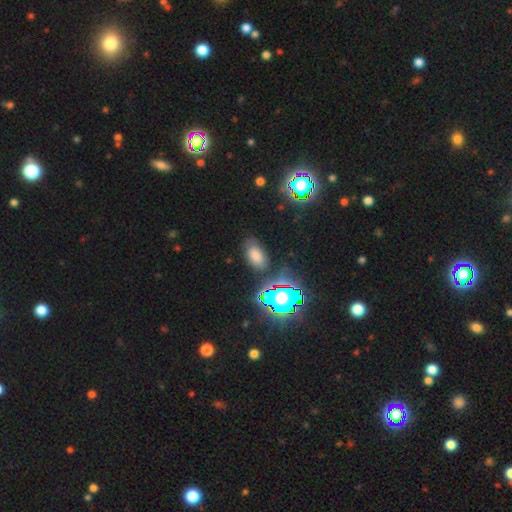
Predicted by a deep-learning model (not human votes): Smooth or featured? Predicted: smooth (p=0.59). How rounded? Predicted: in between (p=0.88). Merging? Predicted: none (p=0.78).